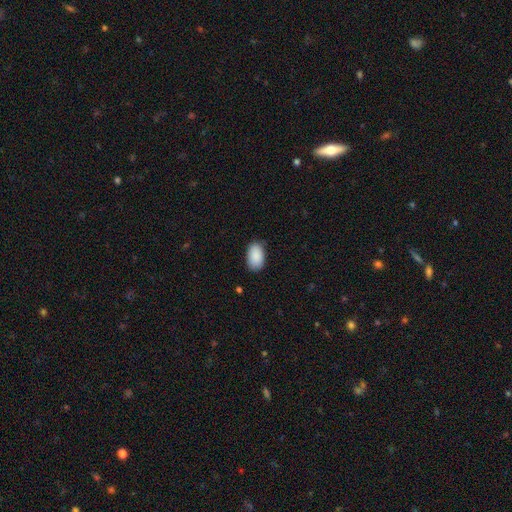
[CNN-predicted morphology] A smooth galaxy with no disk features (90%) that is in between round and cigar-shaped (94%). Merging: none (81%).